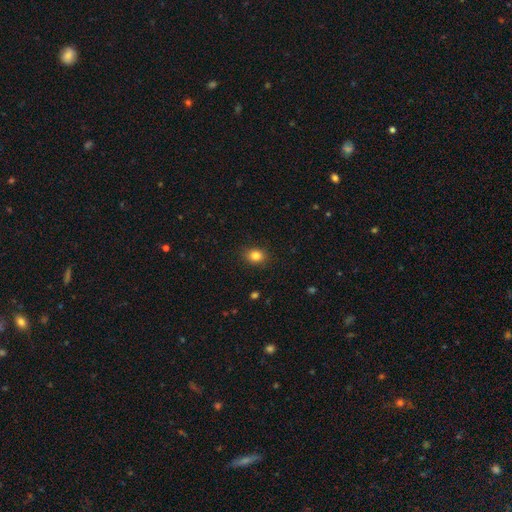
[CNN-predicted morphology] type=smooth (84%); roundness=in between (51%); merging=none (88%).